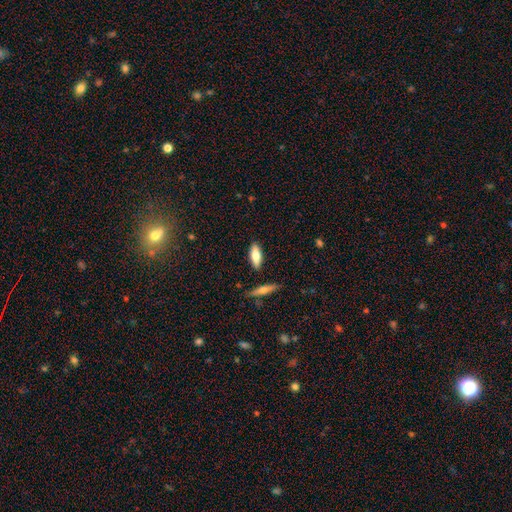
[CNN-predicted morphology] Overall: smooth (73%). How rounded: in between (69%). Merging: none (84%).